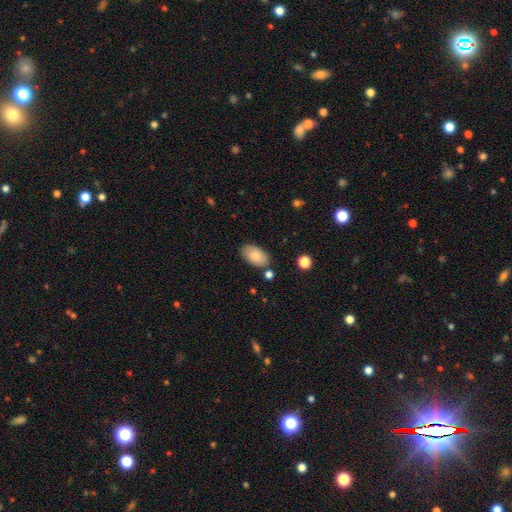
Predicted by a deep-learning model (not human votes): The model was most divided on "merging": none: 78%, minor disturbance: 14%, merger: 5%, major disturbance: 3%. More confident: how rounded — in between (94%); smooth or featured — smooth (83%).